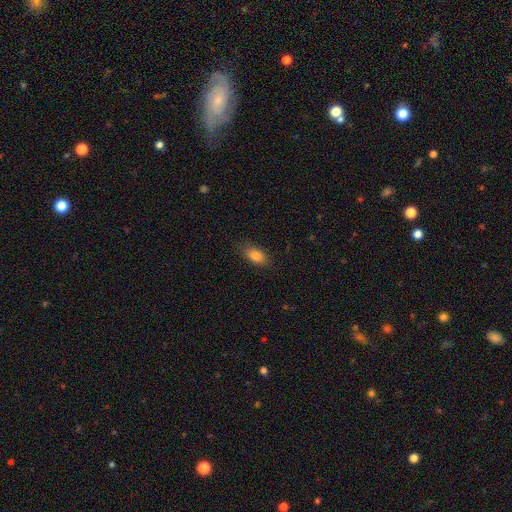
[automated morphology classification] A smooth galaxy with no disk features (83%) that is in between round and cigar-shaped (88%).

Vote fractions:
- Smooth or featured? smooth: 83% / featured or disk: 9% / star or artifact: 8%
- How rounded? in between: 88% / round: 7% / cigar-shaped: 5%
- Merging? none: 82% / minor disturbance: 13% / major disturbance: 3% / merger: 1%